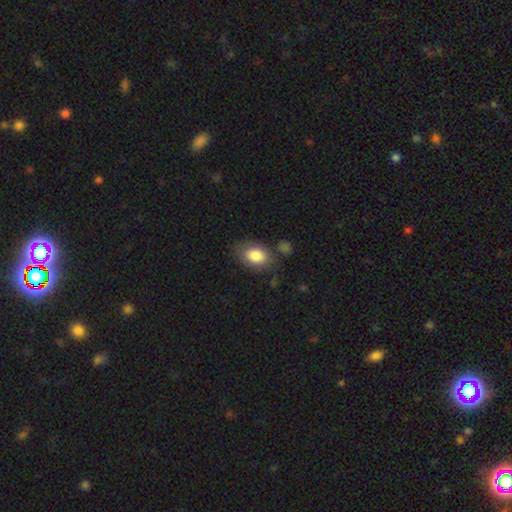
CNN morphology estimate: Smooth or featured: smooth — 83% (featured or disk — 10%)
How rounded: in between — 85% (round — 14%)
Merging: none — 70% (minor disturbance — 17%)